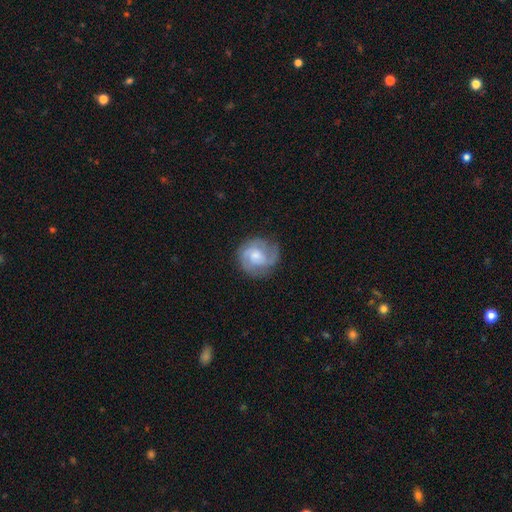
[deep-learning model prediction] This appears to be a featured or disk galaxy (76%) with no bar (54%), 2 (62%) medium (44%) spiral arms (94%) and a moderate central bulge (46%). Merging: none (74%).